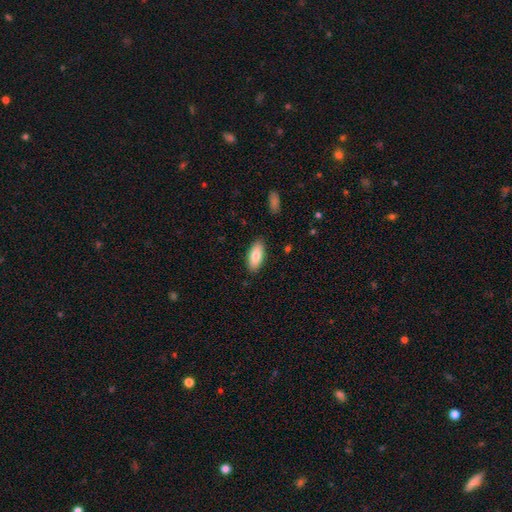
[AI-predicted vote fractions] A smooth galaxy with no disk features (82%) that is in between round and cigar-shaped (87%).

Vote fractions:
- Smooth or featured? smooth: 82% / featured or disk: 12% / star or artifact: 6%
- How rounded? in between: 87% / cigar-shaped: 11% / round: 2%
- Merging? none: 87% / minor disturbance: 9% / major disturbance: 2% / merger: 1%